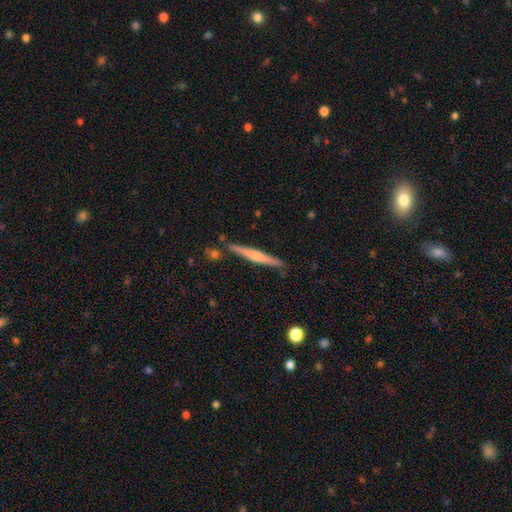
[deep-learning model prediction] This is possibly a featured or disk galaxy (56%). It is clearly viewed edge-on (97%). Edge-on bulge: likely rounded (61%). Merging: clearly none (86%).